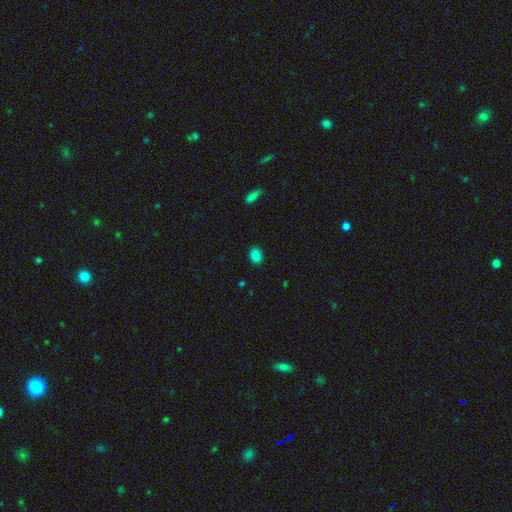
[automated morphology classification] A smooth galaxy with no disk features (84%) that is in between round and cigar-shaped (57%).

Vote fractions:
- Smooth or featured? smooth: 84% / star or artifact: 12% / featured or disk: 4%
- How rounded? in between: 57% / round: 42% / cigar-shaped: 1%
- Merging? none: 85% / minor disturbance: 11% / major disturbance: 3% / merger: 1%